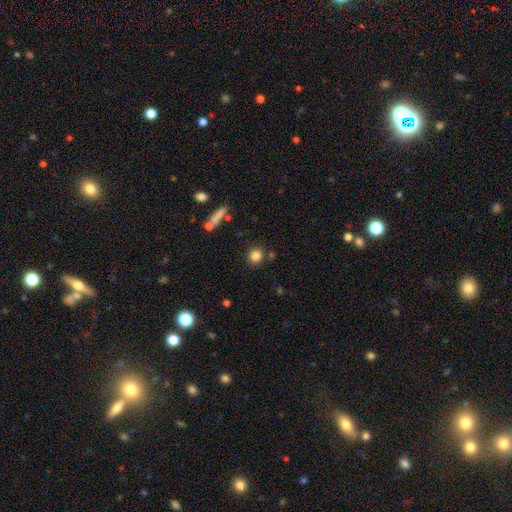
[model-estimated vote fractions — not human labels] smooth_or_featured: smooth (p=0.83) [alt: star or artifact p=0.11]
how_rounded: round (p=0.90) [alt: in between p=0.09]
merging: none (p=0.83) [alt: minor disturbance p=0.08]